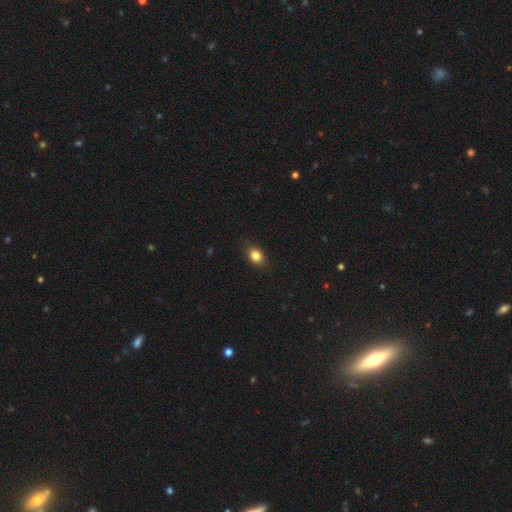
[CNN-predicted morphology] A smooth galaxy with no disk features (84%) that is in between round and cigar-shaped (72%). Merging: none (85%).